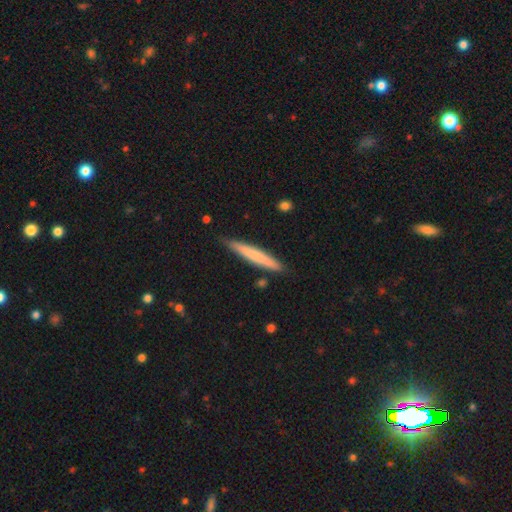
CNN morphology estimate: This appears to be a smooth galaxy with no disk features (67%) that is cigar-shaped (96%). Merging: none (86%).